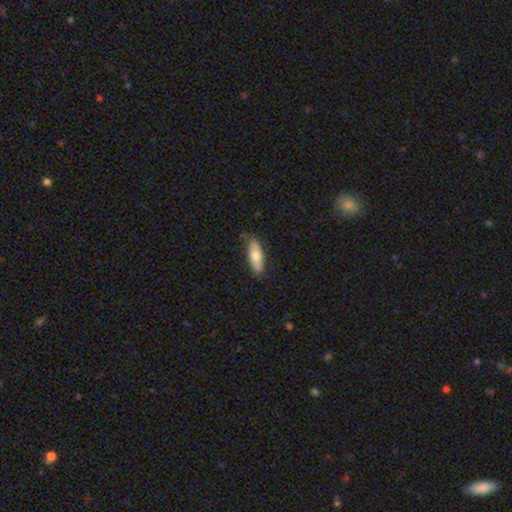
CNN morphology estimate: This appears to be a smooth galaxy with no disk features (69%) that is in between round and cigar-shaped (65%). Merging: none (80%).